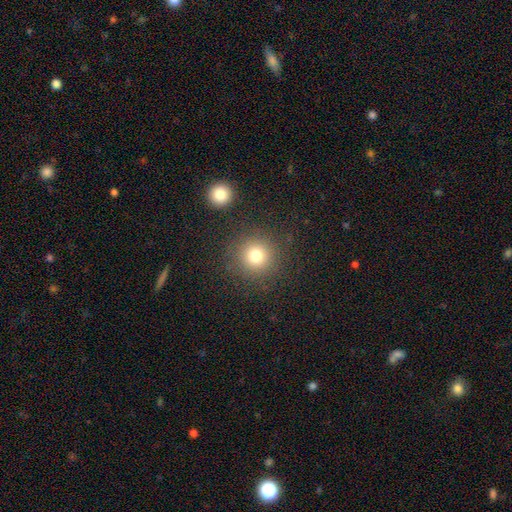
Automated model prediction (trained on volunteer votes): smooth 76%, star or artifact 15%, featured or disk 9%. Down the decision tree: how rounded — round (94%); merging — none (86%).